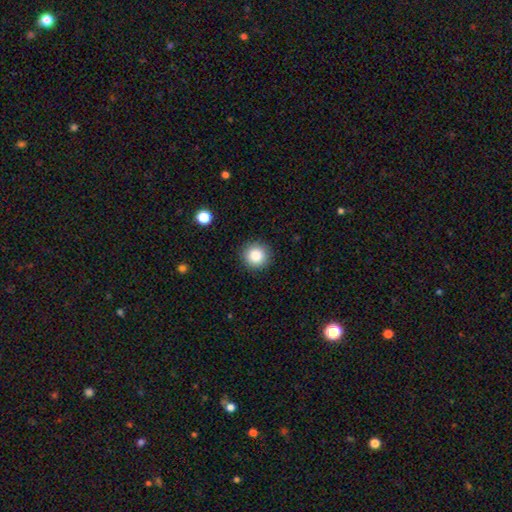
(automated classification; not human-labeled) smooth_or_featured: smooth (p=0.85) [alt: star or artifact p=0.10]
how_rounded: round (p=0.95) [alt: in between p=0.04]
merging: none (p=0.91) [alt: minor disturbance p=0.06]